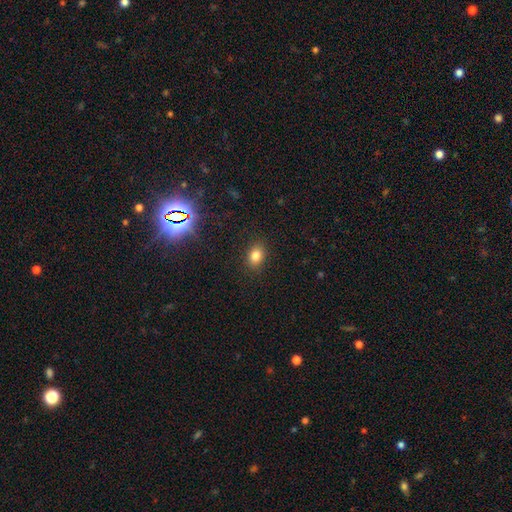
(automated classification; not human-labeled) A smooth galaxy with no disk features (81%) that is in between round and cigar-shaped (71%).

Vote fractions:
- Smooth or featured? smooth: 81% / star or artifact: 13% / featured or disk: 6%
- How rounded? in between: 71% / round: 28% / cigar-shaped: 1%
- Merging? none: 87% / minor disturbance: 9% / major disturbance: 3% / merger: 1%